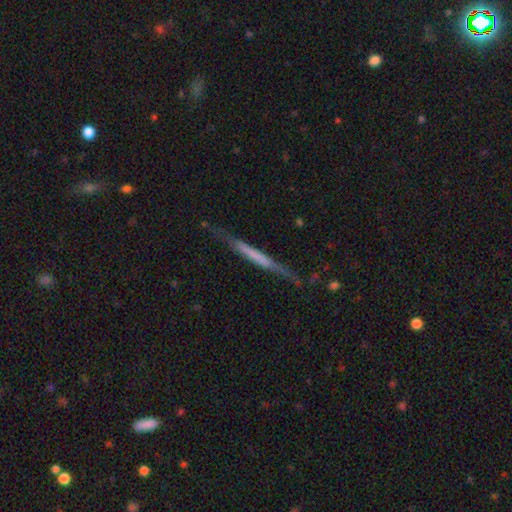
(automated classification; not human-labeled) featured or disk 54%, smooth 40%, star or artifact 6%. Down the decision tree: edge-on disk — yes (94%); edge-on bulge — none (78%); merging — none (72%).